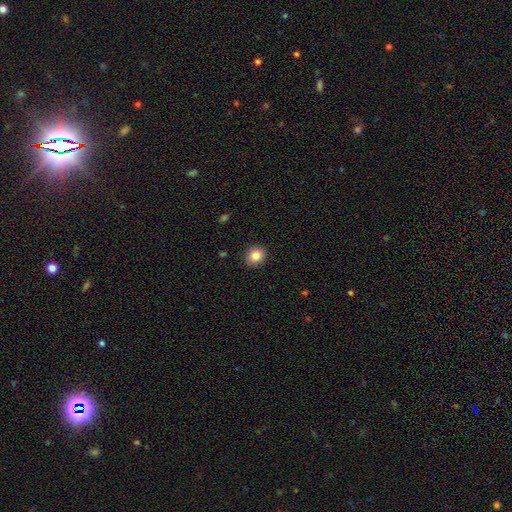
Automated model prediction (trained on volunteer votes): Morphology: type=smooth (87%); roundness=round (77%); merging=none (89%).